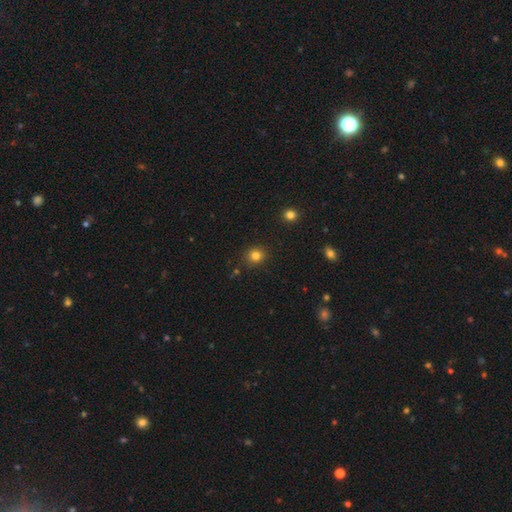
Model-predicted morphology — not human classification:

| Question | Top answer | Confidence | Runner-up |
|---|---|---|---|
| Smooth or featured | smooth | 81% | star or artifact (13%) |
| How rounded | round | 85% | in between (14%) |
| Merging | none | 89% | minor disturbance (8%) |